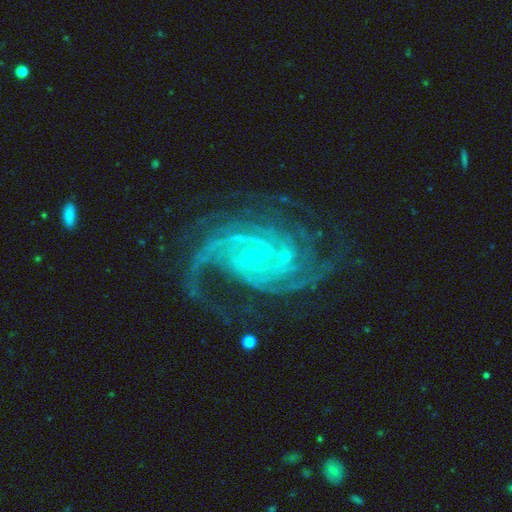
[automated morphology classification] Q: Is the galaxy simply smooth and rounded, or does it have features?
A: featured or disk — 91%.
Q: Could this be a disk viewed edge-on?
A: no — 98%.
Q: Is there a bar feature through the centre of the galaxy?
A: no — 42%.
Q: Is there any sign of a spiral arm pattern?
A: yes — 98%.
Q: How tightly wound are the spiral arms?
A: medium — 45%.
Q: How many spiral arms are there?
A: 2 — 32%.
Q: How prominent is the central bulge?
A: small — 85%.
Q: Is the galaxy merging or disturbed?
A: none — 60%.